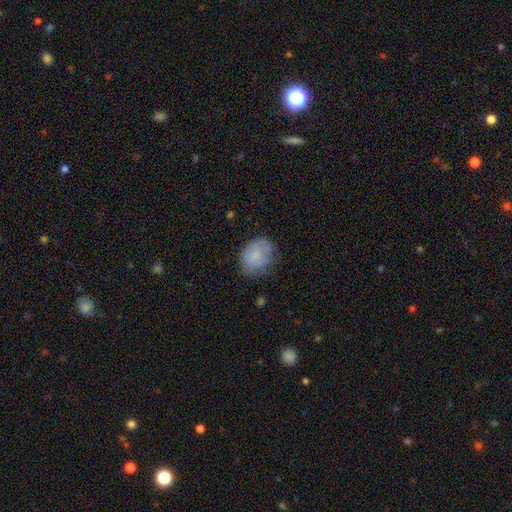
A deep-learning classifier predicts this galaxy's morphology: This is likely a smooth galaxy (74%). How rounded: possibly in between (54%). Merging: likely none (64%).